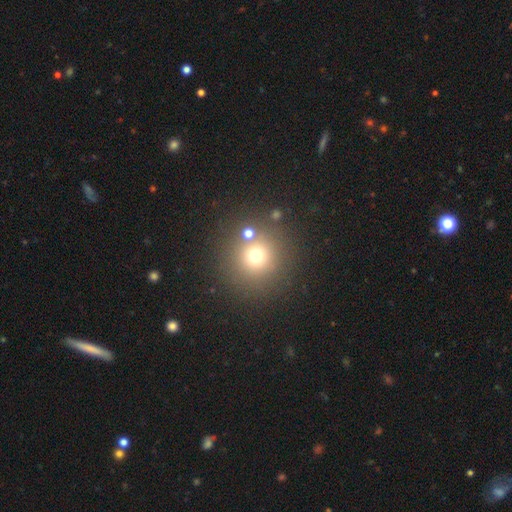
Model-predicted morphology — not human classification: Q: Smooth or featured?
A: smooth (69%); runner-up: star or artifact (21%)
Q: How rounded?
A: round (94%); runner-up: in between (5%)
Q: Merging?
A: none (79%); runner-up: merger (9%)